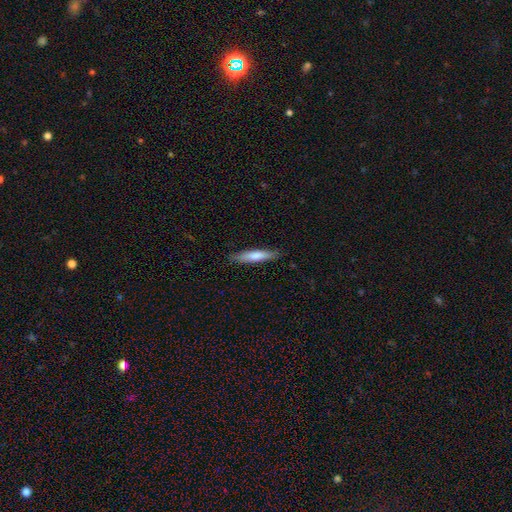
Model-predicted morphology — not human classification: The model was most divided on "smooth or featured": smooth: 73%, featured or disk: 22%, star or artifact: 5%. More confident: merging — none (87%); how rounded — cigar-shaped (84%).